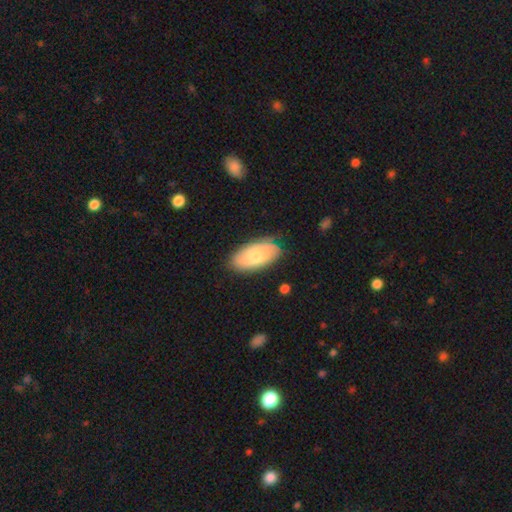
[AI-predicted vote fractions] A smooth galaxy with no disk features (68%) that is in between round and cigar-shaped (93%). Merging: none (77%).